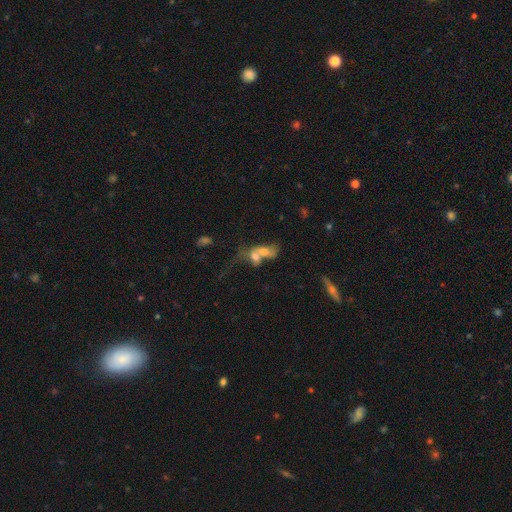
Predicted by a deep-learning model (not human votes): The model was most divided on "smooth or featured": smooth: 57%, featured or disk: 31%, star or artifact: 12%. More confident: merging — merger (73%); how rounded — in between (68%).